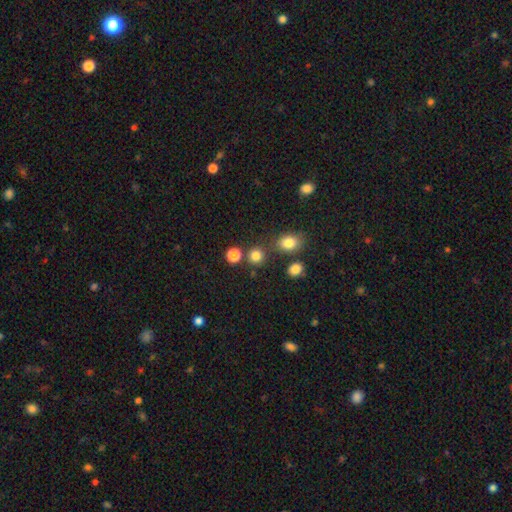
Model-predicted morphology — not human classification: This is clearly a smooth galaxy (80%). How rounded: clearly round (89%). Merging: likely none (77%).